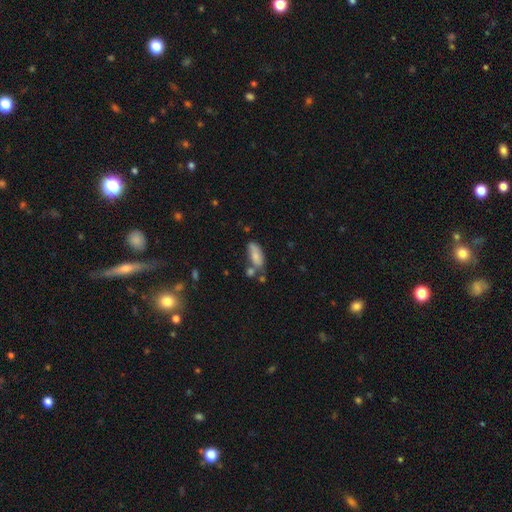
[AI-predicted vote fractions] Smooth or featured? smooth (73%)
How rounded? in between (83%)
Merging? none (47%)